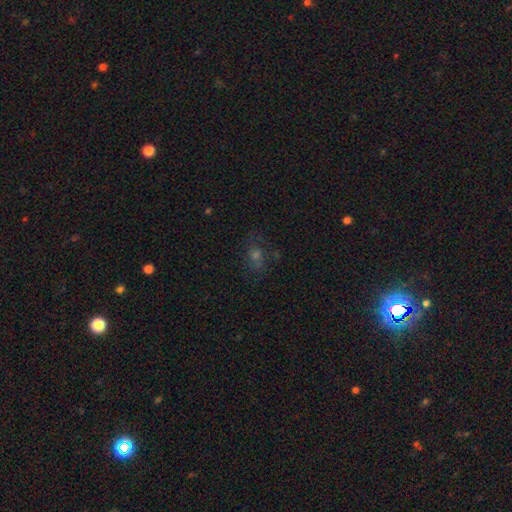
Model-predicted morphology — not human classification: Q: Smooth or featured?
A: smooth (39%); runner-up: star or artifact (36%)
Q: Merging?
A: none (70%); runner-up: minor disturbance (17%)